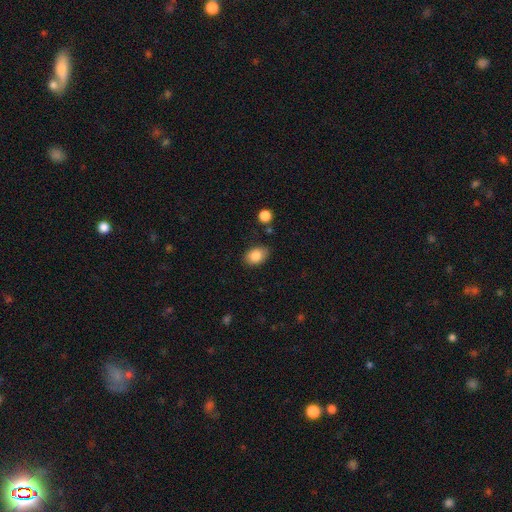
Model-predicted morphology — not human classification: Smooth or featured?
  - smooth: 84% *
  - star or artifact: 8%
  - featured or disk: 7%
How rounded?
  - in between: 77% *
  - round: 22%
  - cigar-shaped: 1%
Merging?
  - none: 80% *
  - minor disturbance: 14%
  - major disturbance: 3%
  - merger: 2%